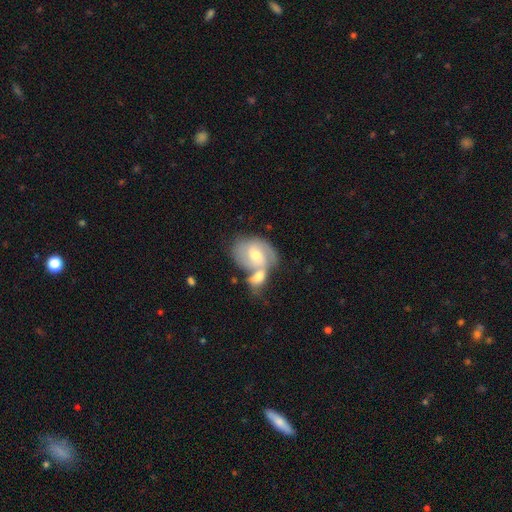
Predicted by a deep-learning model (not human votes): This is likely a featured or disk galaxy (70%). It is clearly not viewed edge-on (97%). Bar: possibly weak (47%). Spiral arm pattern: clearly yes (86%). Spiral arm count: likely 2 (72%). Spiral winding: possibly medium (48%). Central bulge: likely moderate (65%). Merging: likely merger (61%).